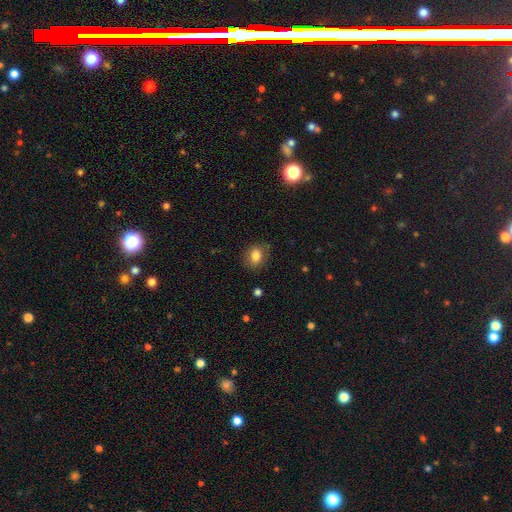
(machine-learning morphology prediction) smooth-or-featured: smooth: 81% | featured or disk: 10% | star or artifact: 9%
  how-rounded: in between: 60% | round: 38% | cigar-shaped: 1%
  merging: none: 76% | minor disturbance: 17% | major disturbance: 5% | merger: 2%